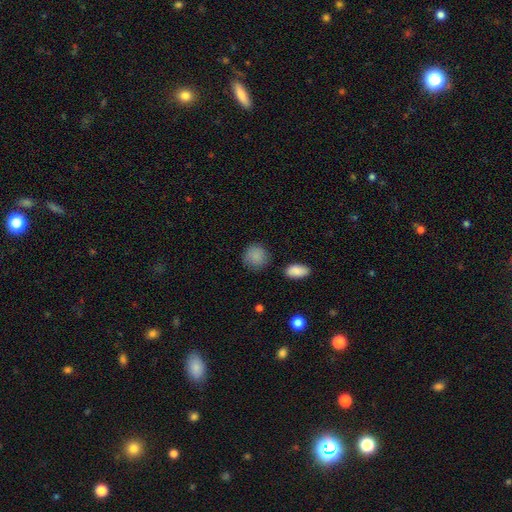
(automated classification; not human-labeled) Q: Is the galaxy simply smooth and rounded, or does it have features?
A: smooth — 87%.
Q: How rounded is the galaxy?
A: round — 87%.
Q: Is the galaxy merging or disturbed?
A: none — 82%.